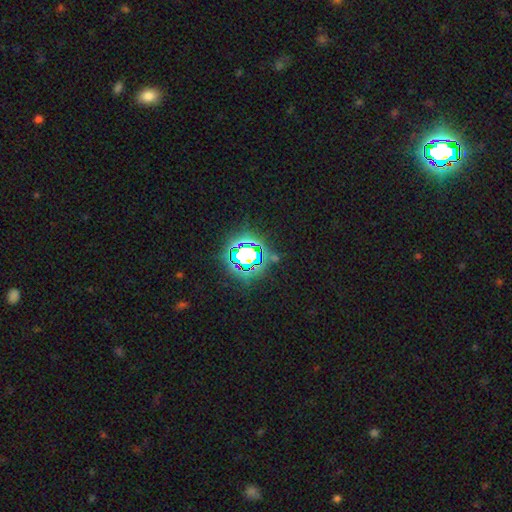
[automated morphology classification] type=star or artifact (76%).